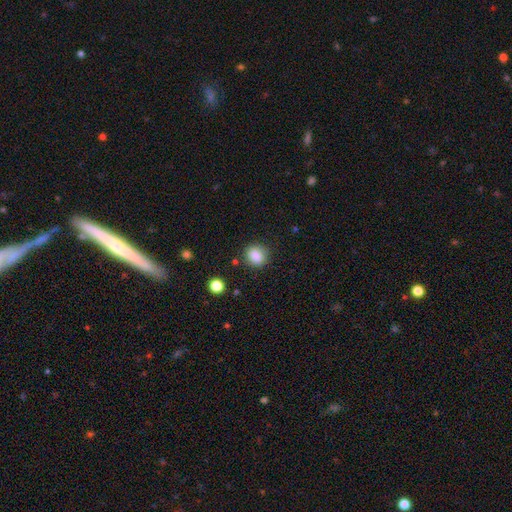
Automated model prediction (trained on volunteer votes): smooth_or_featured: smooth (p=0.85) [alt: star or artifact p=0.10]
how_rounded: round (p=0.74) [alt: in between p=0.25]
merging: none (p=0.85) [alt: minor disturbance p=0.10]